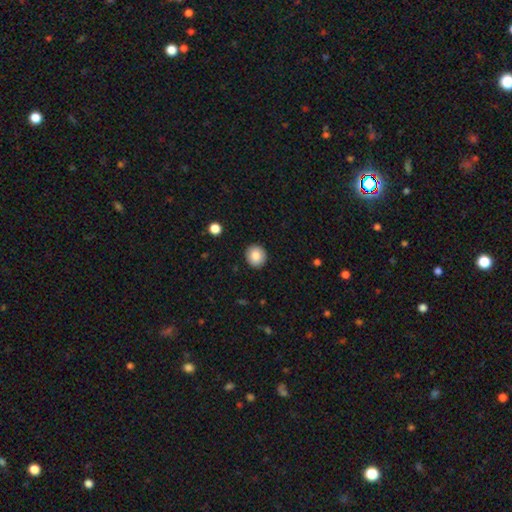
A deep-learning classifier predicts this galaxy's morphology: Overall: smooth (85%). How rounded: round (86%). Merging: none (91%).